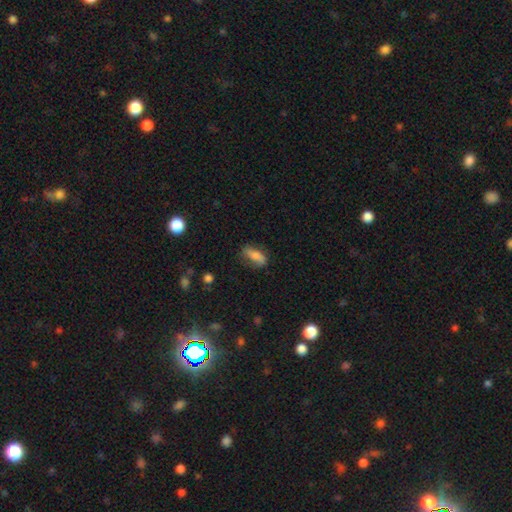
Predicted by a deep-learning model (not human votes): Smooth or featured?
  - smooth: 65% *
  - featured or disk: 27%
  - star or artifact: 8%
How rounded?
  - in between: 76% *
  - cigar-shaped: 20%
  - round: 4%
Merging?
  - none: 65% *
  - minor disturbance: 24%
  - major disturbance: 8%
  - merger: 2%